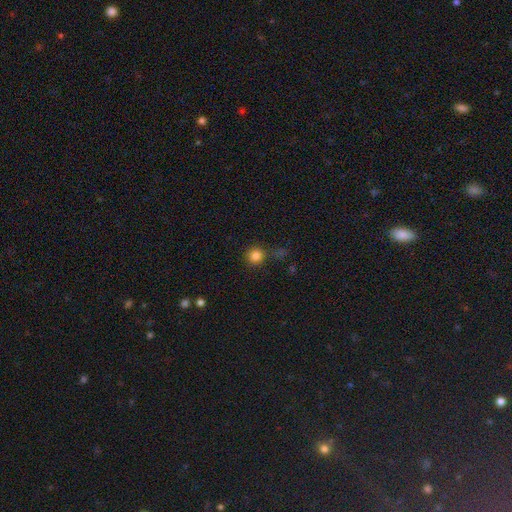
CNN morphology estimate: Overall: smooth (83%). How rounded: round (94%). Merging: none (79%).